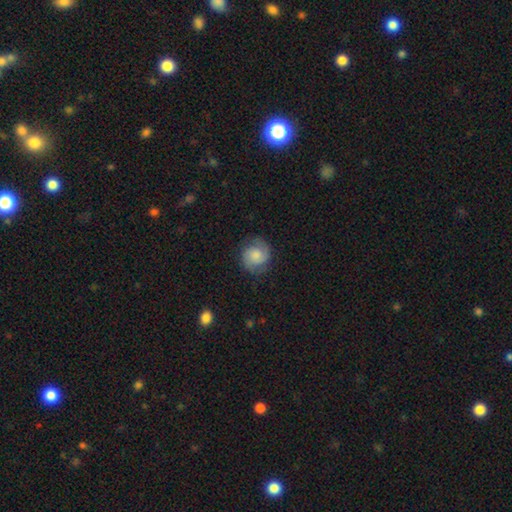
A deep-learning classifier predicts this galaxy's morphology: A smooth galaxy with no disk features (48%). Merging: none (77%).